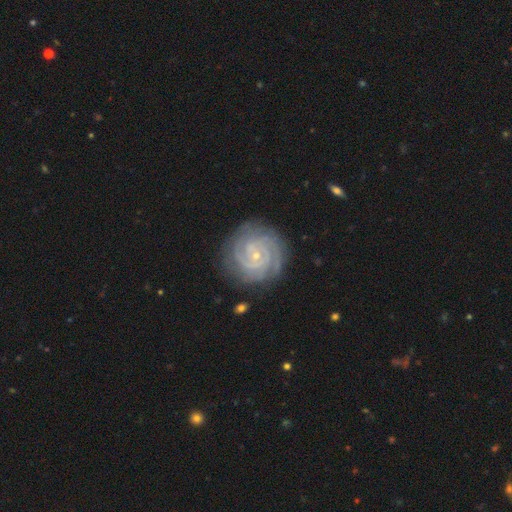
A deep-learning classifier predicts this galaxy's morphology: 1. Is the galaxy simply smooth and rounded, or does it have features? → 89% featured or disk, 6% star or artifact, 5% smooth.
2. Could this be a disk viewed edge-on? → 98% no, 2% yes.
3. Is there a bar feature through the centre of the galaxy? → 67% no, 25% weak, 9% strong.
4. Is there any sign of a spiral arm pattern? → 98% yes, 2% no.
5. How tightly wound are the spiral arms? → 82% tight, 16% medium, 2% loose.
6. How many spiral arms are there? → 38% 2, 24% 3, 14% can't tell, 12% 4, 6% more than 4, 6% 1.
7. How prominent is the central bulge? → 83% small, 14% moderate, 2% none, 1% large, 1% dominant.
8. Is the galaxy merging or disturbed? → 83% none, 12% minor disturbance, 4% major disturbance, 1% merger.